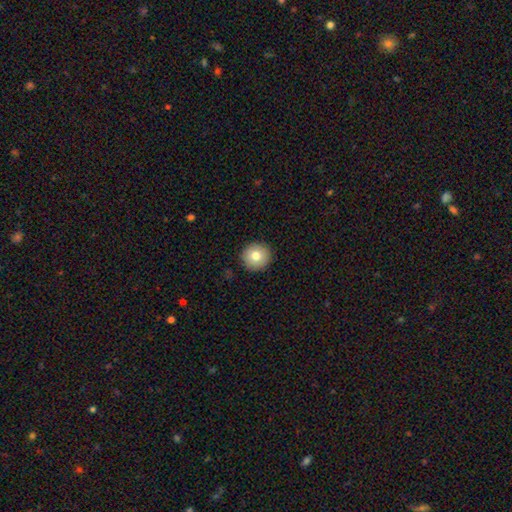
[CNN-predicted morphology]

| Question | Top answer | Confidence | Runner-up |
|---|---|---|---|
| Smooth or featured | smooth | 78% | featured or disk (13%) |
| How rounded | round | 95% | in between (4%) |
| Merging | none | 92% | minor disturbance (6%) |